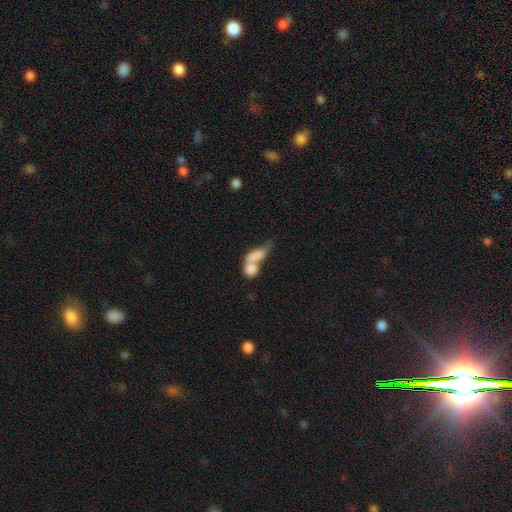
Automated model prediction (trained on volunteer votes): A smooth galaxy with no disk features (73%) that is in between round and cigar-shaped (62%).

Vote fractions:
- Smooth or featured? smooth: 73% / featured or disk: 19% / star or artifact: 8%
- How rounded? in between: 62% / round: 19% / cigar-shaped: 18%
- Merging? merger: 68% / none: 15% / major disturbance: 10% / minor disturbance: 8%